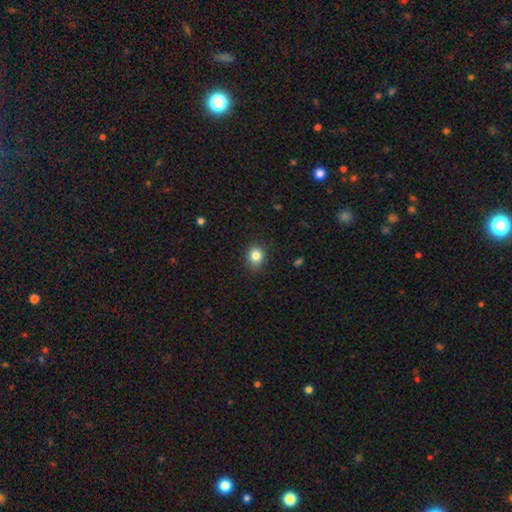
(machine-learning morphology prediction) A smooth galaxy with no disk features (83%) that is round (76%).

Vote fractions:
- Smooth or featured? smooth: 83% / star or artifact: 11% / featured or disk: 6%
- How rounded? round: 76% / in between: 23% / cigar-shaped: 1%
- Merging? none: 86% / minor disturbance: 10% / major disturbance: 2% / merger: 1%